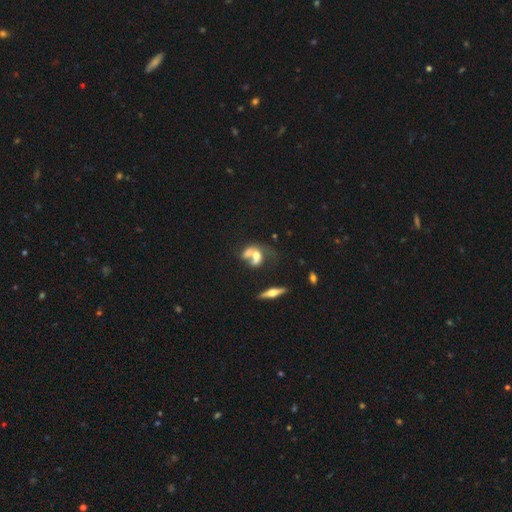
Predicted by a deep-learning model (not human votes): A featured or disk galaxy (46%). Merging: merger (57%).